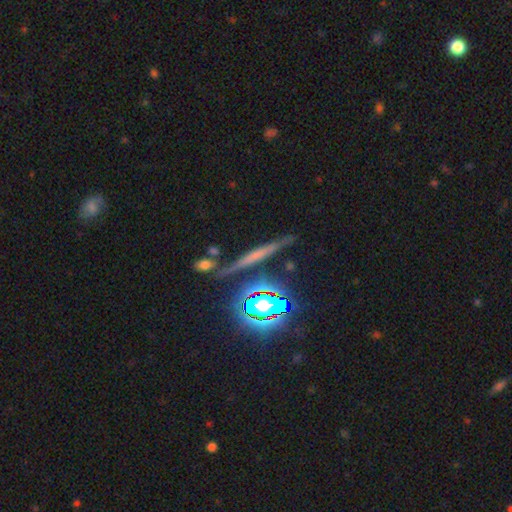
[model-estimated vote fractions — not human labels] Overall: featured or disk (42%; smooth 35%). Merging: none (76%).